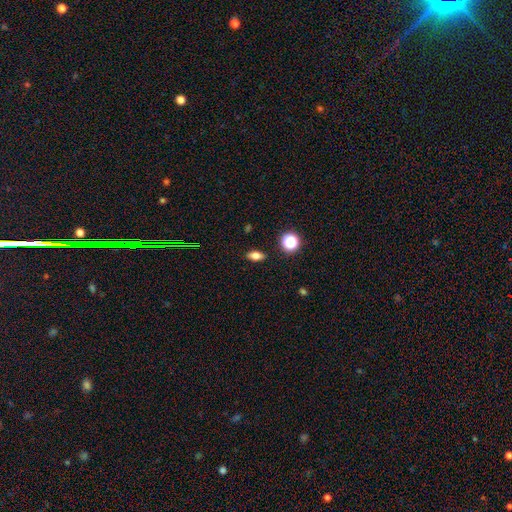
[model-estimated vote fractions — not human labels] smooth_or_featured: smooth (p=0.73) [alt: featured or disk p=0.14]
how_rounded: in between (p=0.79) [alt: round p=0.11]
merging: none (p=0.88) [alt: minor disturbance p=0.08]